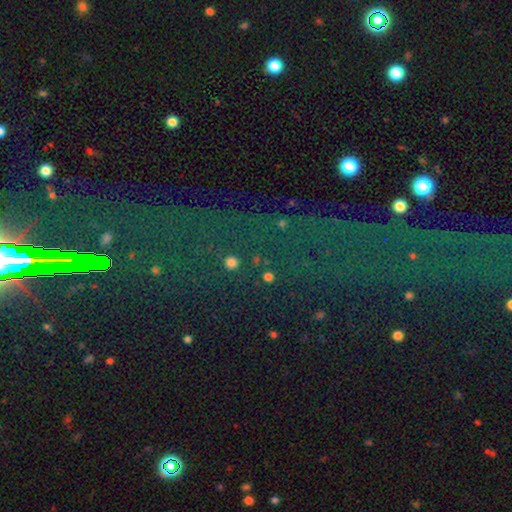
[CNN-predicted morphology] smooth-or-featured: star or artifact: 77% | smooth: 12% | featured or disk: 11%